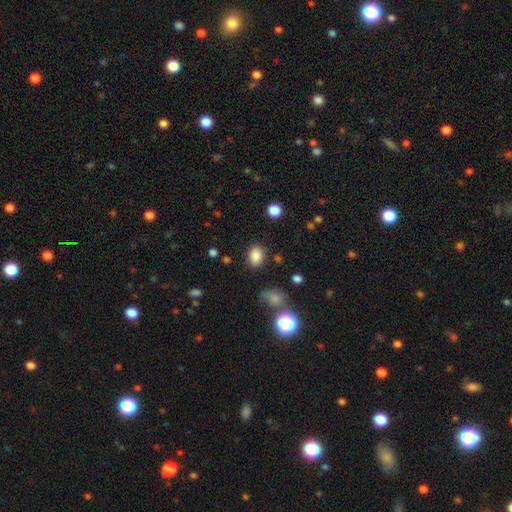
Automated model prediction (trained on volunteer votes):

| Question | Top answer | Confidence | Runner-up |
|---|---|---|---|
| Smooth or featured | smooth | 85% | star or artifact (10%) |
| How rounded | in between | 74% | round (25%) |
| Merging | none | 83% | minor disturbance (11%) |